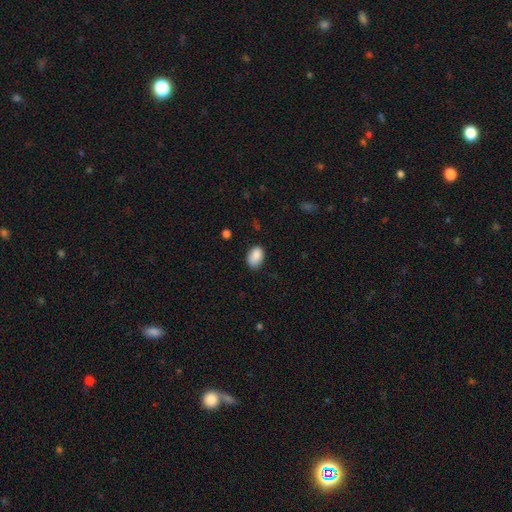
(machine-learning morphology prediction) A smooth galaxy with no disk features (88%) that is in between round and cigar-shaped (84%). Merging: none (77%).